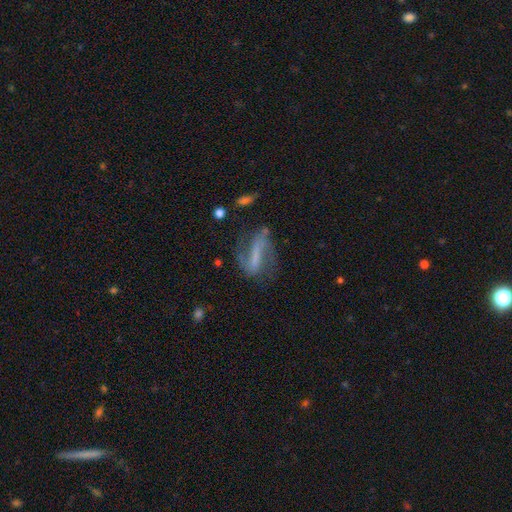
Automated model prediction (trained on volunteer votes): Smooth or featured? Predicted: featured or disk (p=0.72). Edge-on disk? Predicted: no (p=0.92). Bar? Predicted: strong (p=0.57). Spiral arms? Predicted: yes (p=0.85). Spiral winding? Predicted: loose (p=0.49). Spiral arm count? Predicted: 2 (p=0.81). Bulge size? Predicted: none (p=0.56). Merging? Predicted: none (p=0.55).